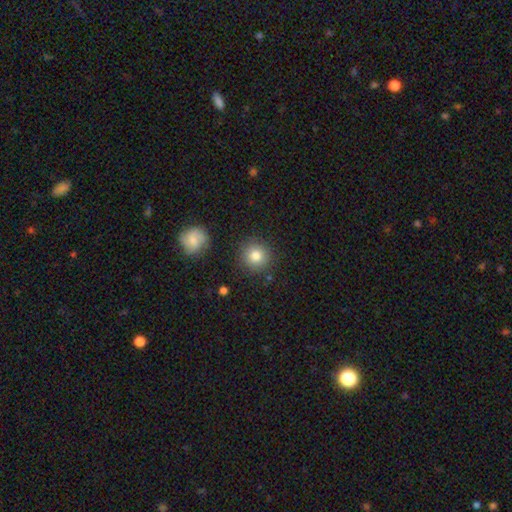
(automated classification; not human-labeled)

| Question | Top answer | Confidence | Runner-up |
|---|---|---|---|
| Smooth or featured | smooth | 82% | star or artifact (9%) |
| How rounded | round | 94% | in between (6%) |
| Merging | none | 88% | minor disturbance (7%) |